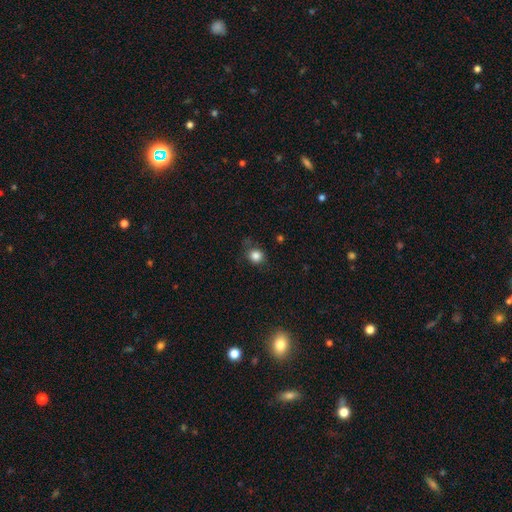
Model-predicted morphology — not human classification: smooth_or_featured: smooth (p=0.83) [alt: star or artifact p=0.12]
how_rounded: round (p=0.85) [alt: in between p=0.14]
merging: none (p=0.76) [alt: minor disturbance p=0.17]